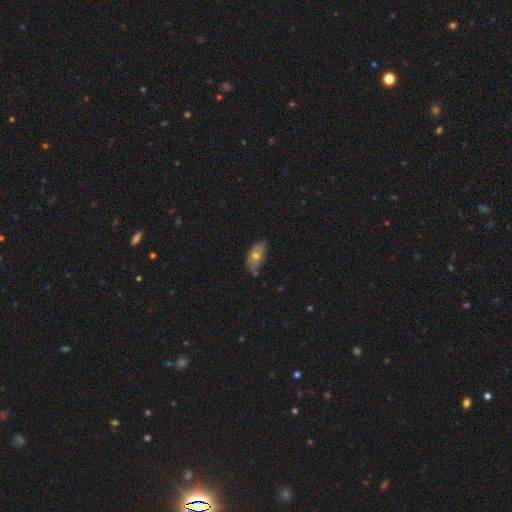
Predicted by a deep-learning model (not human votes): smooth 56%, featured or disk 34%, star or artifact 10%. Down the decision tree: how rounded — in between (87%); merging — none (60%).